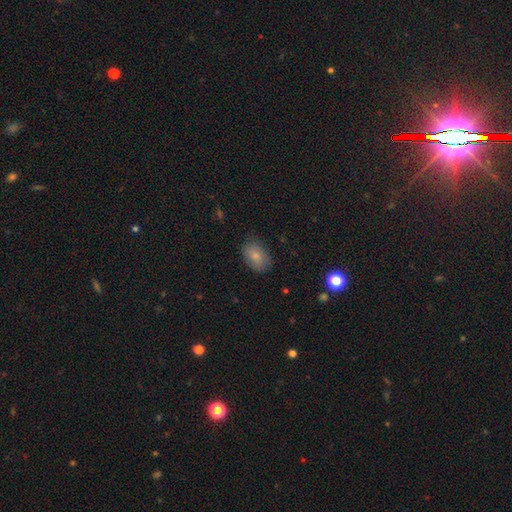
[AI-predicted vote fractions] smooth-or-featured: smooth: 83% | featured or disk: 10% | star or artifact: 8%
  how-rounded: in between: 84% | round: 15% | cigar-shaped: 1%
  merging: none: 81% | minor disturbance: 14% | major disturbance: 3% | merger: 1%